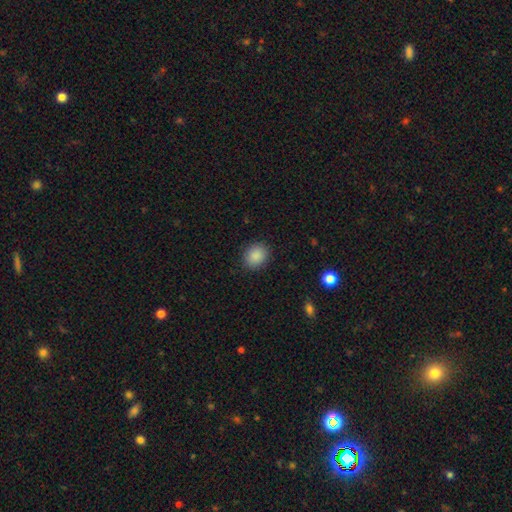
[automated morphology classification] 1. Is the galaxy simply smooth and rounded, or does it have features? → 89% smooth, 8% star or artifact, 3% featured or disk.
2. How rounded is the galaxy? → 61% round, 39% in between, 1% cigar-shaped.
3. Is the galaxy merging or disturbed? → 89% none, 8% minor disturbance, 2% major disturbance, 1% merger.